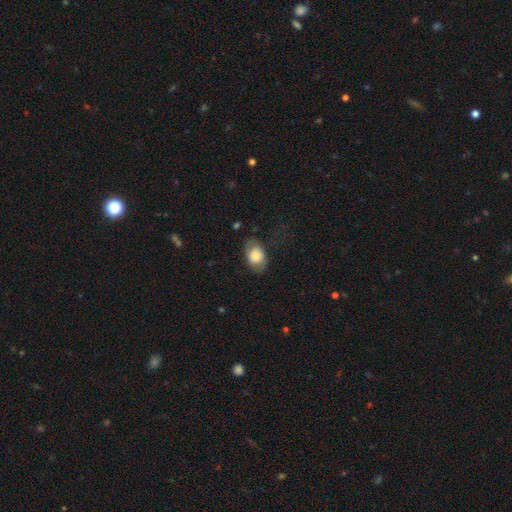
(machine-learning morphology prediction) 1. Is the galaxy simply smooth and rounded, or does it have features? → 73% smooth, 20% featured or disk, 7% star or artifact.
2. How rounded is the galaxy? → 78% in between, 21% round, 1% cigar-shaped.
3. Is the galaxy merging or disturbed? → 67% none, 21% minor disturbance, 10% major disturbance, 1% merger.